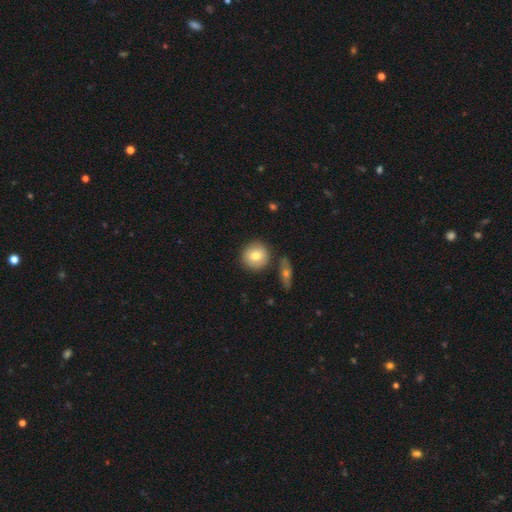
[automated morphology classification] This is likely a smooth galaxy (78%). How rounded: clearly round (92%). Merging: clearly none (82%).